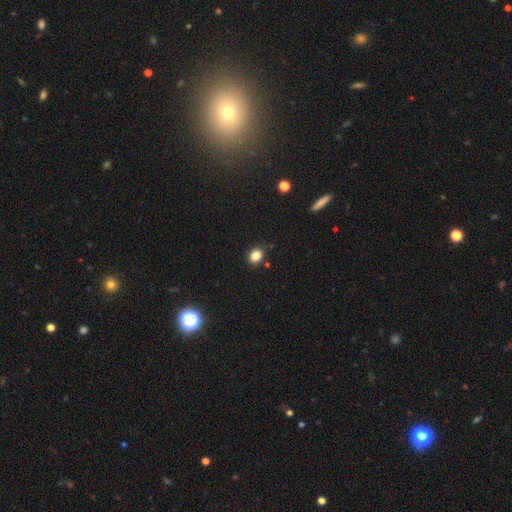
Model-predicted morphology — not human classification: The model was most divided on "how rounded": round: 55%, in between: 44%, cigar-shaped: 1%. More confident: merging — none (86%); smooth or featured — smooth (84%).